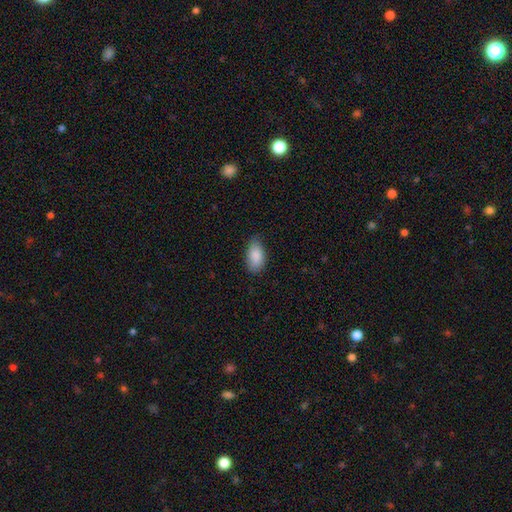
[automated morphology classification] The model was most divided on "merging": none: 76%, minor disturbance: 20%, major disturbance: 3%, merger: 1%. More confident: how rounded — in between (94%); smooth or featured — smooth (88%).